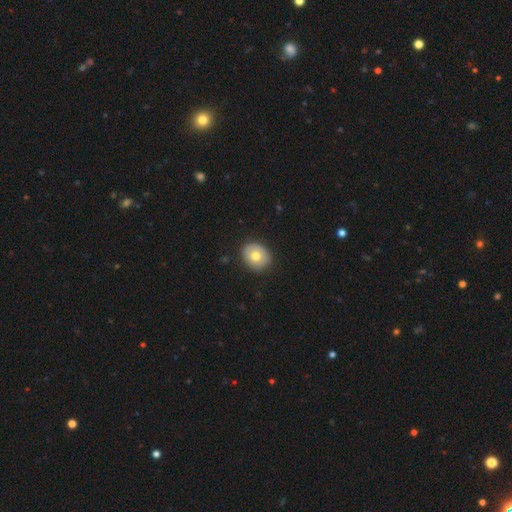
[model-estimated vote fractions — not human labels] smooth 69%, featured or disk 24%, star or artifact 8%. Down the decision tree: how rounded — round (64%); merging — none (85%).